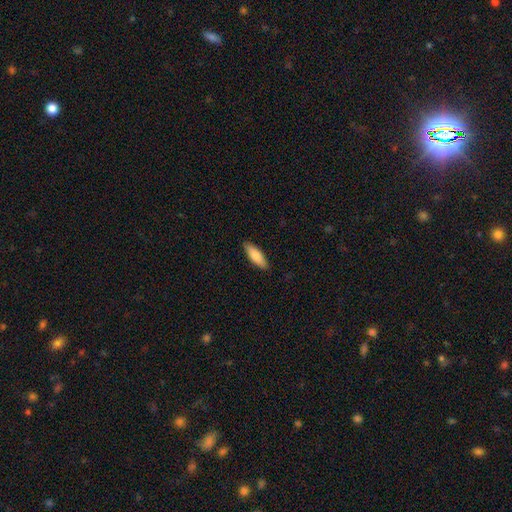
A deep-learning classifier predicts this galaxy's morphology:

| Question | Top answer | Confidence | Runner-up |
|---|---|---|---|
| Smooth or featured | smooth | 83% | featured or disk (11%) |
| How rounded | cigar-shaped | 50% | in between (49%) |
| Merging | none | 89% | minor disturbance (8%) |